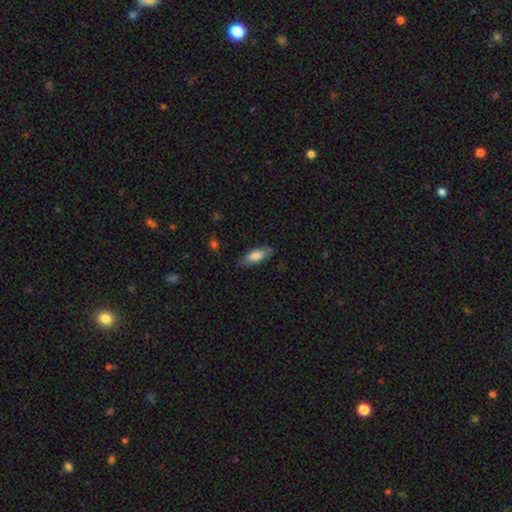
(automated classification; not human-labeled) Smooth or featured? Predicted: smooth (p=0.79). How rounded? Predicted: in between (p=0.71). Merging? Predicted: none (p=0.80).